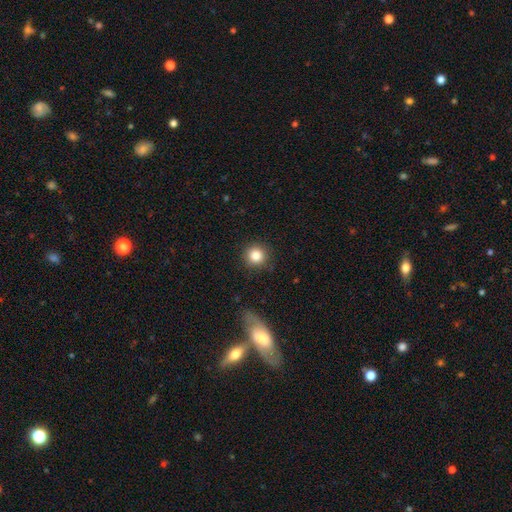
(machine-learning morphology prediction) Q: Smooth or featured?
A: smooth (84%); runner-up: star or artifact (11%)
Q: How rounded?
A: round (93%); runner-up: in between (6%)
Q: Merging?
A: none (88%); runner-up: minor disturbance (8%)